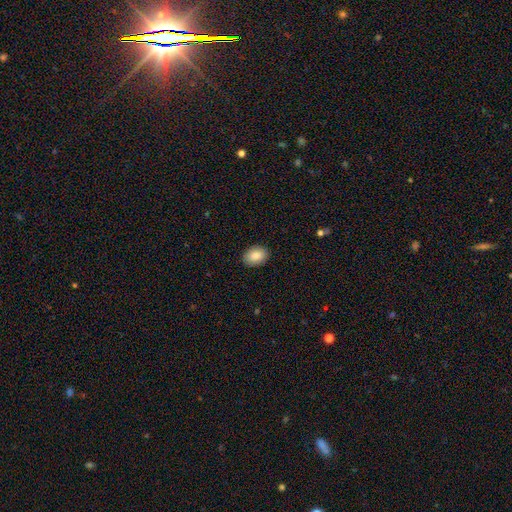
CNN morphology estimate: Smooth or featured: smooth — 87% (star or artifact — 7%)
How rounded: in between — 81% (round — 18%)
Merging: none — 89% (minor disturbance — 8%)